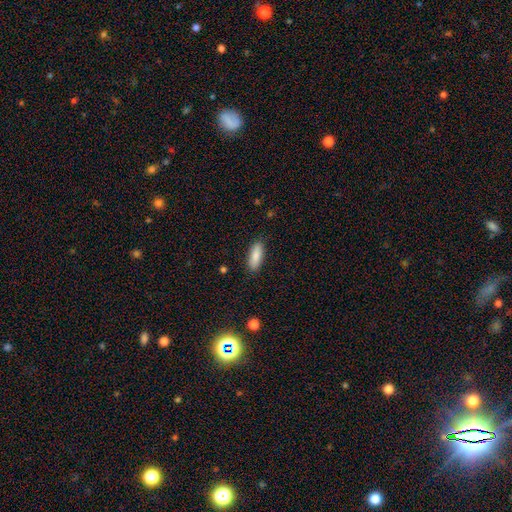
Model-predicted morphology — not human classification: The model was most divided on "how rounded": in between: 65%, cigar-shaped: 33%, round: 2%. More confident: merging — none (88%); smooth or featured — smooth (86%).